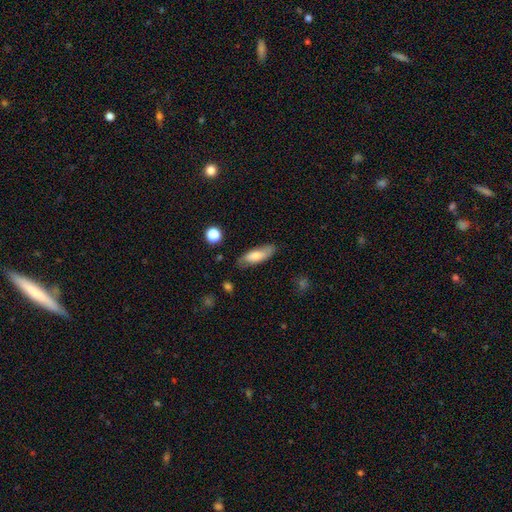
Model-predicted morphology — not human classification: This is likely a smooth galaxy (74%). How rounded: likely in between (61%). Merging: likely none (79%).